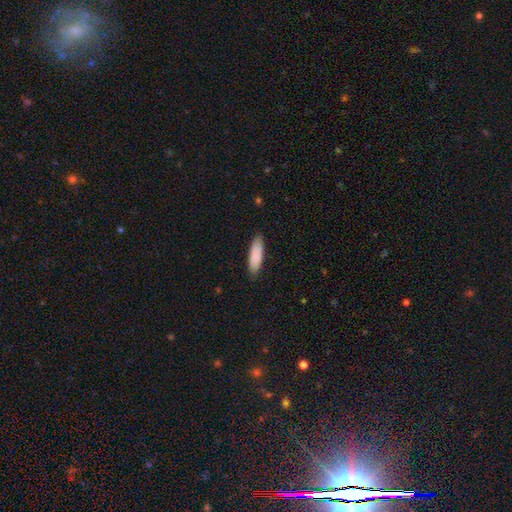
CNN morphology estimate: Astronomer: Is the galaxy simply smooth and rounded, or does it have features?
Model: smooth — 86%.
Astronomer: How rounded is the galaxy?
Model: in between — 50% (runner-up: cigar-shaped, 49%).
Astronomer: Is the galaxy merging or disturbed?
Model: none — 85%.